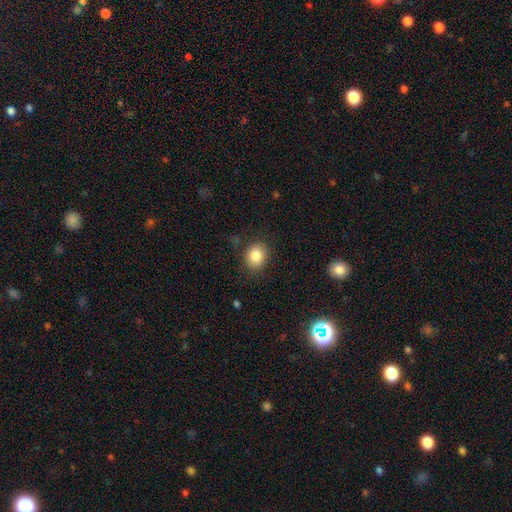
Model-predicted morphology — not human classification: Smooth or featured? Predicted: smooth (p=0.85). How rounded? Predicted: round (p=0.59). Merging? Predicted: none (p=0.83).